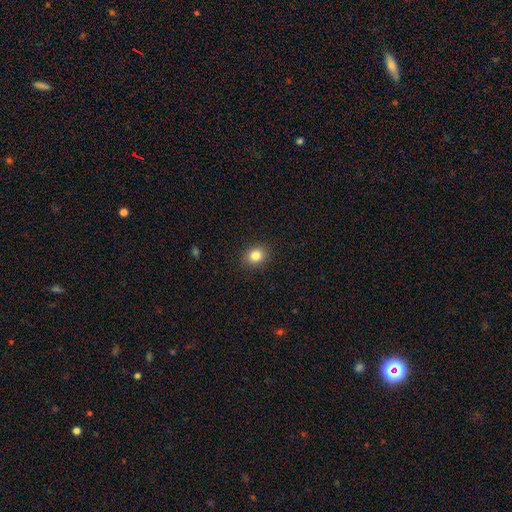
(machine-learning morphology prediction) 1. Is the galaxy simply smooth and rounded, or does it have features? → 83% smooth, 11% star or artifact, 6% featured or disk.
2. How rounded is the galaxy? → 59% round, 40% in between, 1% cigar-shaped.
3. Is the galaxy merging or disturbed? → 90% none, 7% minor disturbance, 2% major disturbance, 1% merger.